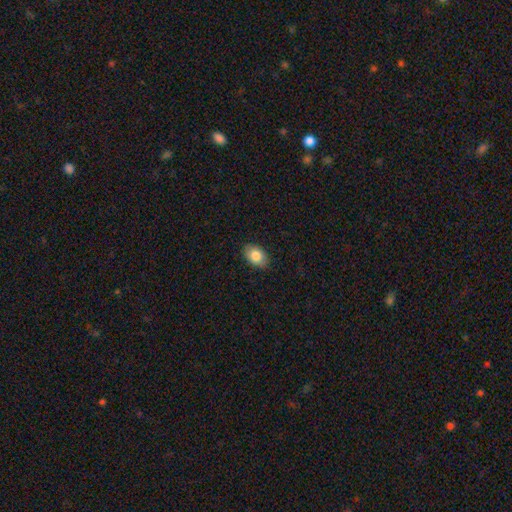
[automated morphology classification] Smooth or featured? smooth (83%)
How rounded? in between (86%)
Merging? none (88%)